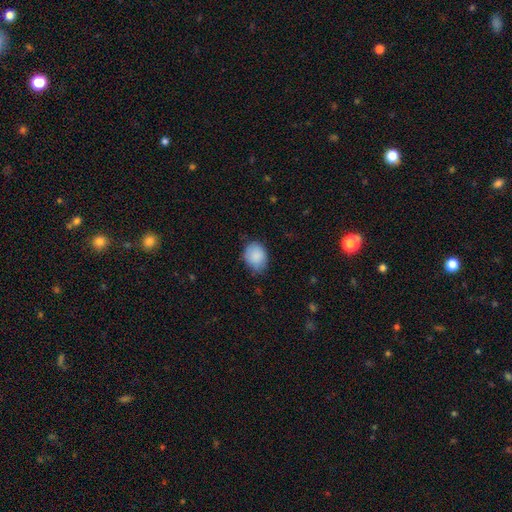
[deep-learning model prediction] Smooth or featured: smooth — 87% (star or artifact — 7%)
How rounded: in between — 54% (round — 45%)
Merging: none — 66% (minor disturbance — 28%)